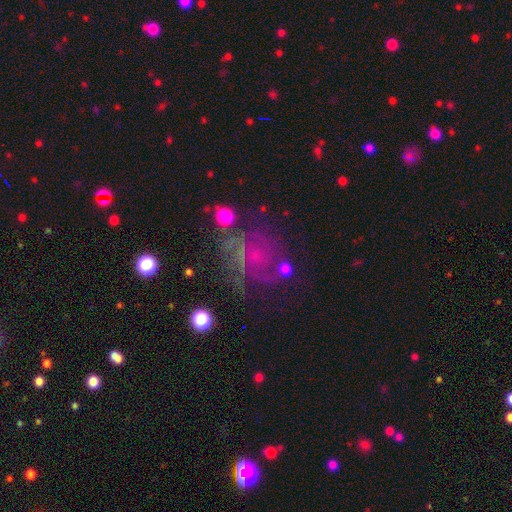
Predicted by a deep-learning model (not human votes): The model was most divided on "merging": none: 52%, major disturbance: 23%, minor disturbance: 19%, merger: 6%. More confident: edge-on disk — no (98%); spiral arms — yes (77%); bar — no (68%); smooth or featured — featured or disk (60%); bulge size — none (57%).